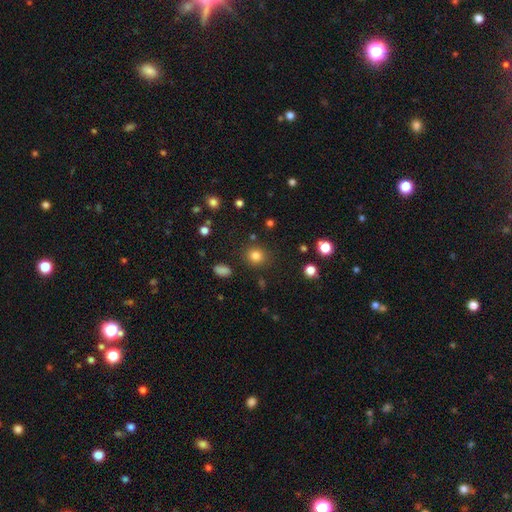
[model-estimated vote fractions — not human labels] A smooth galaxy with no disk features (81%) that is round (83%). Merging: none (87%).